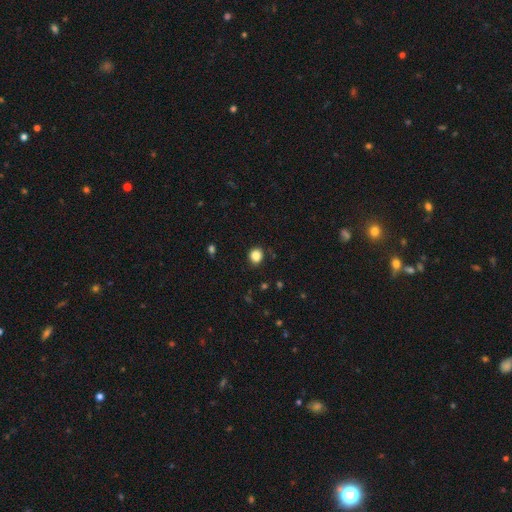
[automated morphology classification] smooth 85%, star or artifact 11%, featured or disk 4%. Down the decision tree: how rounded — round (79%); merging — none (88%).